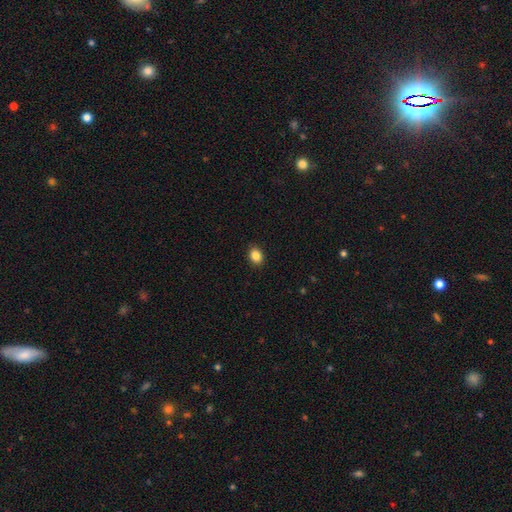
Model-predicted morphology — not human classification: Smooth or featured?
  - smooth: 86% *
  - star or artifact: 9%
  - featured or disk: 4%
How rounded?
  - in between: 61% *
  - round: 38%
  - cigar-shaped: 1%
Merging?
  - none: 90% *
  - minor disturbance: 7%
  - major disturbance: 2%
  - merger: 1%